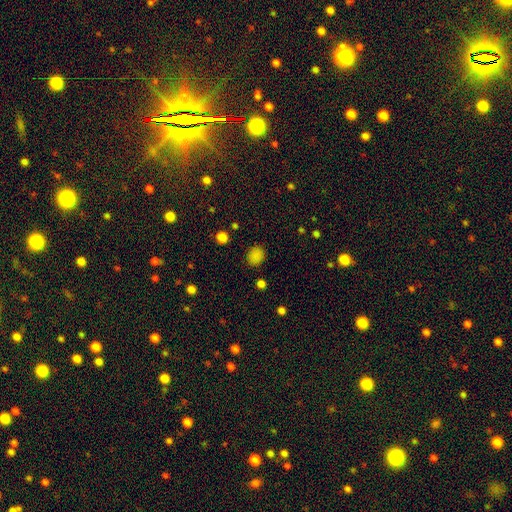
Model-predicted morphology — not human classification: Q: Smooth or featured?
A: smooth (82%); runner-up: star or artifact (14%)
Q: How rounded?
A: round (62%); runner-up: in between (37%)
Q: Merging?
A: none (85%); runner-up: minor disturbance (10%)